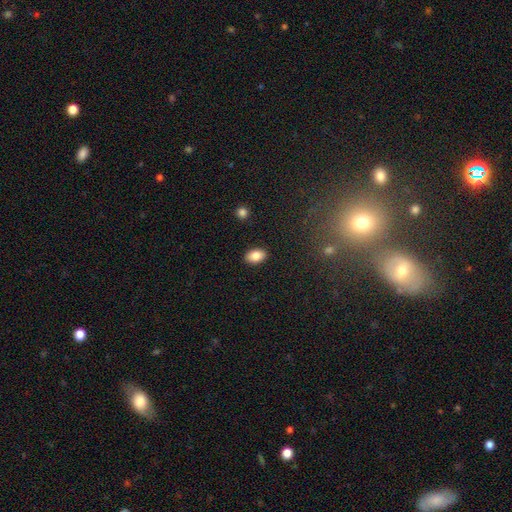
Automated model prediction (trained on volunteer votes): Overall: smooth (85%). How rounded: in between (88%). Merging: none (89%).